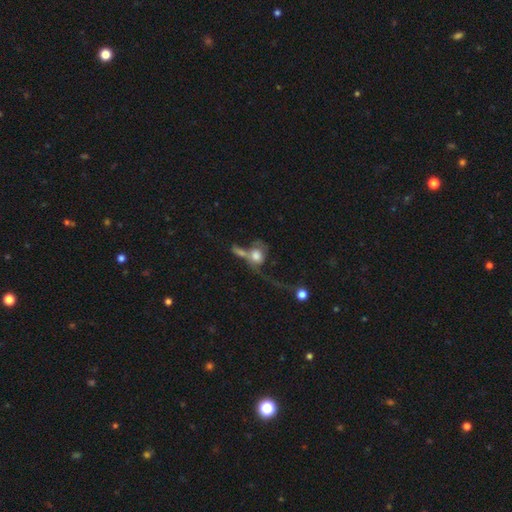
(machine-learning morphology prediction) Q: Smooth or featured?
A: smooth (56%); runner-up: featured or disk (35%)
Q: How rounded?
A: round (49%); runner-up: in between (47%)
Q: Merging?
A: merger (50%); runner-up: major disturbance (28%)